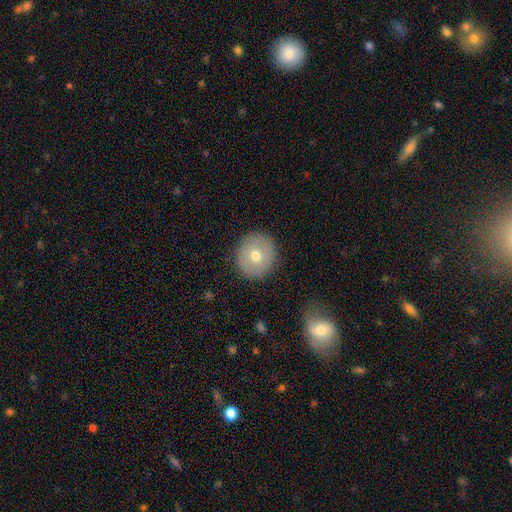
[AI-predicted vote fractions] This appears to be a smooth galaxy with no disk features (66%) that is round (81%). Merging: none (89%).